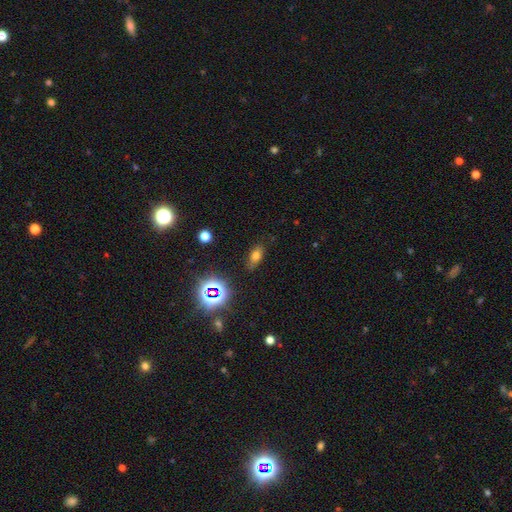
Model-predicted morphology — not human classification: A smooth galaxy with no disk features (63%) that is in between round and cigar-shaped (77%).

Vote fractions:
- Smooth or featured? smooth: 63% / star or artifact: 23% / featured or disk: 14%
- How rounded? in between: 77% / cigar-shaped: 13% / round: 10%
- Merging? none: 82% / minor disturbance: 13% / major disturbance: 4% / merger: 2%